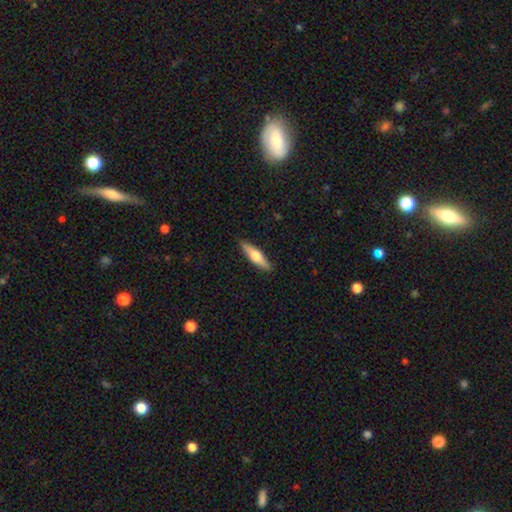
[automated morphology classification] This appears to be a smooth galaxy with no disk features (55%) that is cigar-shaped (69%). Merging: none (90%).